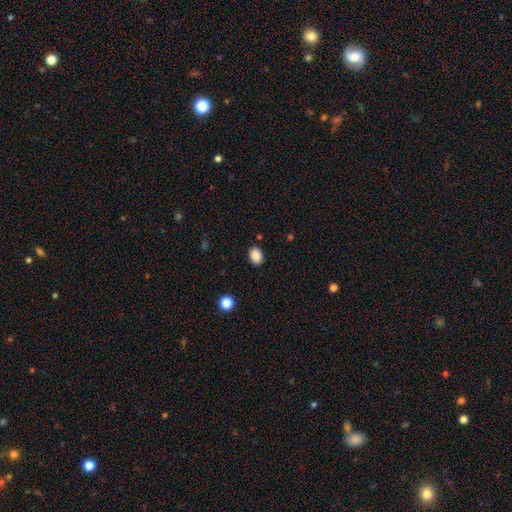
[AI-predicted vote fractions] The model was most divided on "how rounded": in between: 72%, round: 27%, cigar-shaped: 1%. More confident: smooth or featured — smooth (89%); merging — none (87%).